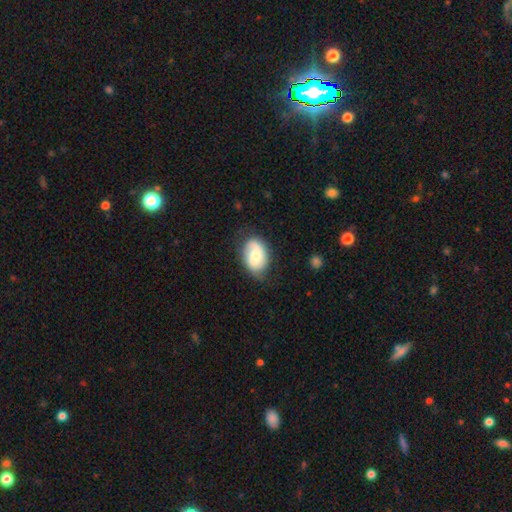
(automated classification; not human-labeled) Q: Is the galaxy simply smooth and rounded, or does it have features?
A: smooth — 54%.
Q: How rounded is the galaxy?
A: in between — 81%.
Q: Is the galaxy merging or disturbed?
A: none — 69%.